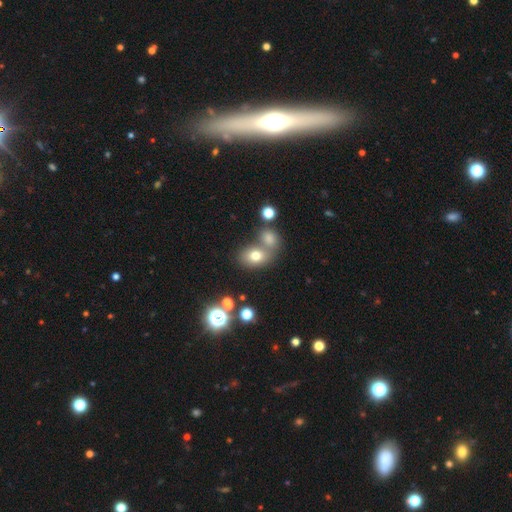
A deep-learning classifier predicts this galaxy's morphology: smooth-or-featured: smooth: 73% | star or artifact: 14% | featured or disk: 13%
  how-rounded: in between: 62% | round: 37% | cigar-shaped: 1%
  merging: none: 47% | merger: 37% | minor disturbance: 11% | major disturbance: 5%